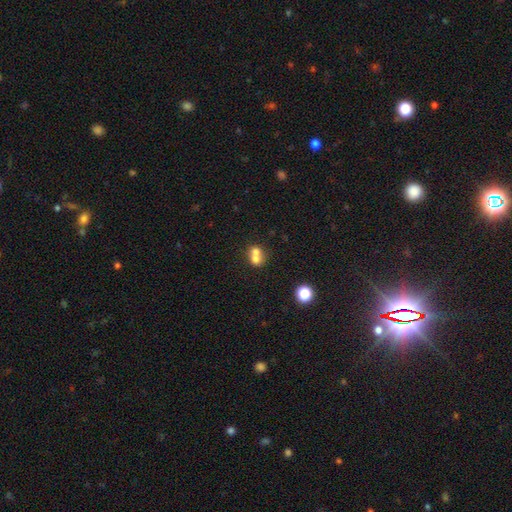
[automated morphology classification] The model was most divided on "how rounded": round: 68%, in between: 31%, cigar-shaped: 1%. More confident: smooth or featured — smooth (67%); merging — merger (67%).